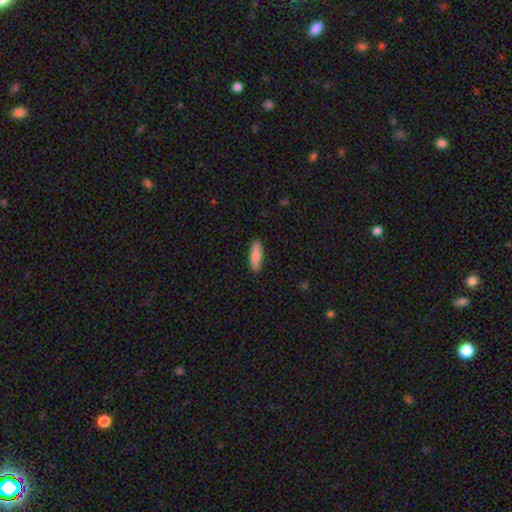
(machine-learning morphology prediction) Q: Smooth or featured?
A: smooth (84%); runner-up: featured or disk (10%)
Q: How rounded?
A: in between (56%); runner-up: cigar-shaped (42%)
Q: Merging?
A: none (88%); runner-up: minor disturbance (9%)